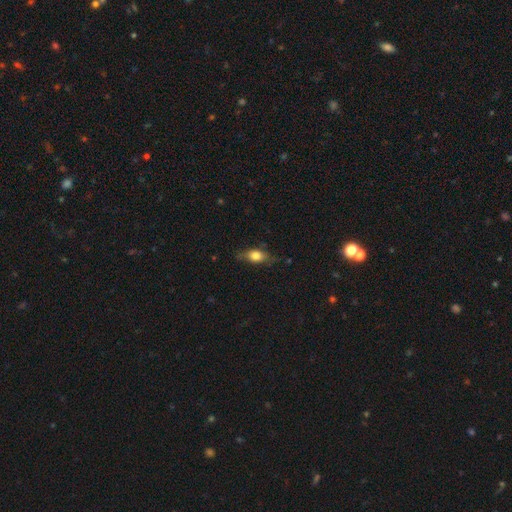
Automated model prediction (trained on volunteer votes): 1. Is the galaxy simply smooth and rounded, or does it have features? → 68% smooth, 25% featured or disk, 8% star or artifact.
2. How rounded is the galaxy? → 75% in between, 15% cigar-shaped, 10% round.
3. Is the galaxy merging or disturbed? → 69% none, 23% minor disturbance, 6% major disturbance, 1% merger.